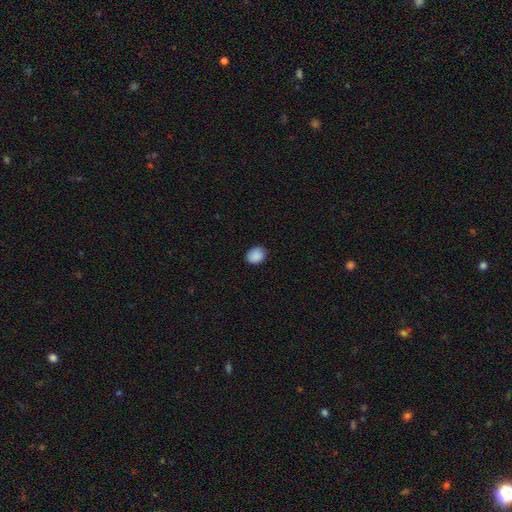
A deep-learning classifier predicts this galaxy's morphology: Smooth or featured?
  - smooth: 89% *
  - star or artifact: 8%
  - featured or disk: 4%
How rounded?
  - round: 52% *
  - in between: 47%
  - cigar-shaped: 1%
Merging?
  - none: 84% *
  - minor disturbance: 12%
  - major disturbance: 2%
  - merger: 1%